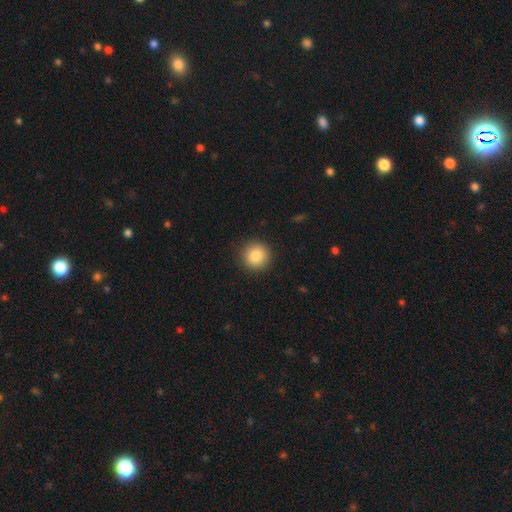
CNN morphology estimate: Q: Smooth or featured?
A: smooth (85%); runner-up: star or artifact (9%)
Q: How rounded?
A: round (94%); runner-up: in between (5%)
Q: Merging?
A: none (91%); runner-up: minor disturbance (6%)